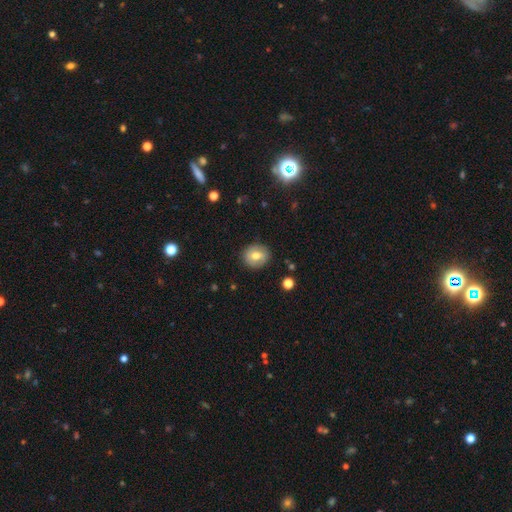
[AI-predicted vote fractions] This appears to be a smooth galaxy with no disk features (70%) that is round (81%). Merging: none (88%).